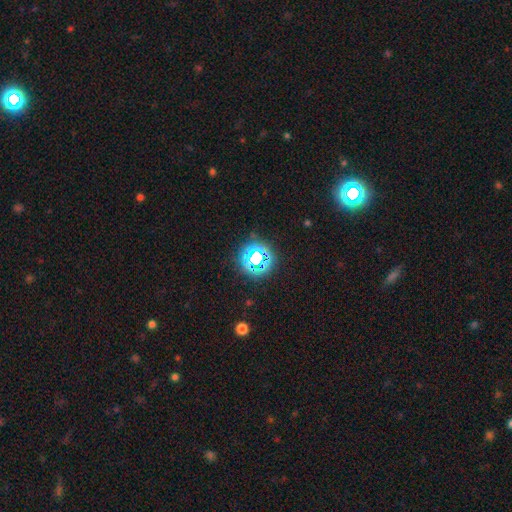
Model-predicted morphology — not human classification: smooth-or-featured: star or artifact: 74% | smooth: 18% | featured or disk: 8%